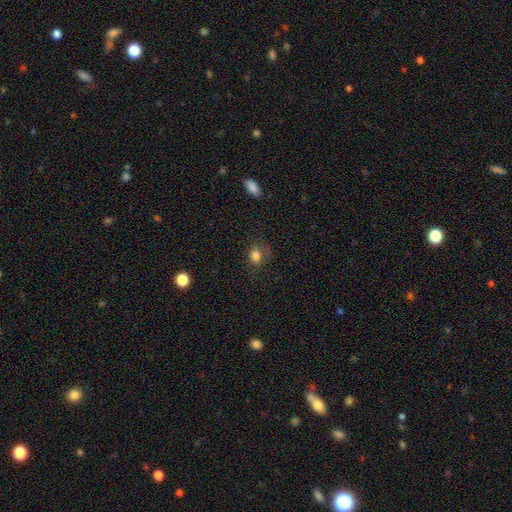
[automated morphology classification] Overall: smooth (82%). How rounded: in between (51%; round 47%). Merging: none (69%).